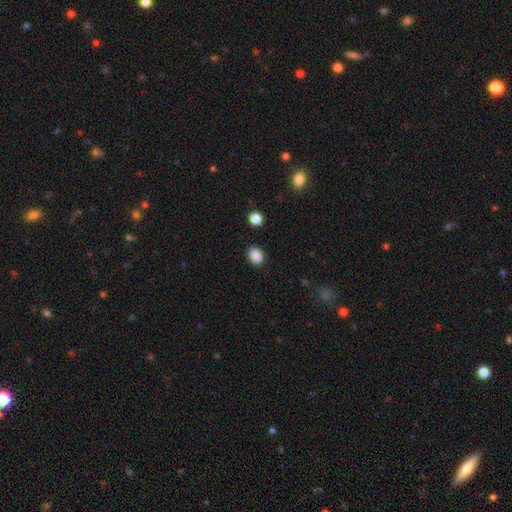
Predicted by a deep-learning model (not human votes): Smooth or featured? smooth (87%)
How rounded? in between (60%)
Merging? none (87%)